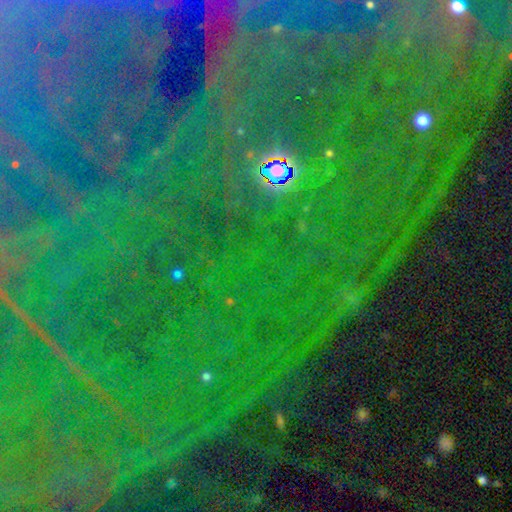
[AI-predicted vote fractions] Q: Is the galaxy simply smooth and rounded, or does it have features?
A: star or artifact — 81%.